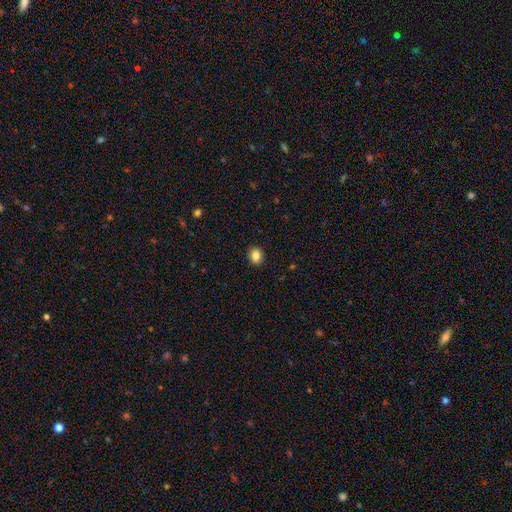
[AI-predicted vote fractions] Smooth or featured?
  - smooth: 84% *
  - star or artifact: 10%
  - featured or disk: 6%
How rounded?
  - round: 66% *
  - in between: 33%
  - cigar-shaped: 1%
Merging?
  - none: 92% *
  - minor disturbance: 6%
  - major disturbance: 2%
  - merger: 1%